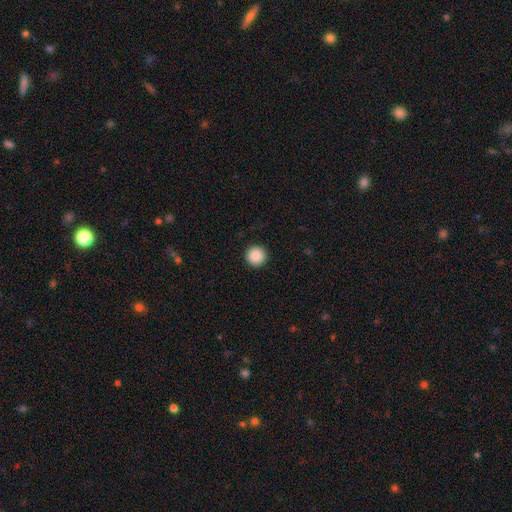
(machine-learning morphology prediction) smooth_or_featured: smooth (p=0.88) [alt: star or artifact p=0.08]
how_rounded: round (p=0.96) [alt: in between p=0.03]
merging: none (p=0.93) [alt: minor disturbance p=0.04]